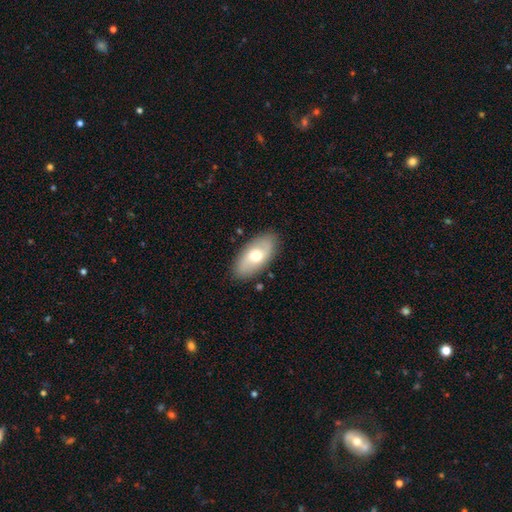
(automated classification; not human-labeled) A smooth galaxy with no disk features (57%) that is in between round and cigar-shaped (91%).

Vote fractions:
- Smooth or featured? smooth: 57% / featured or disk: 37% / star or artifact: 6%
- How rounded? in between: 91% / cigar-shaped: 5% / round: 3%
- Merging? none: 86% / minor disturbance: 10% / major disturbance: 2% / merger: 1%